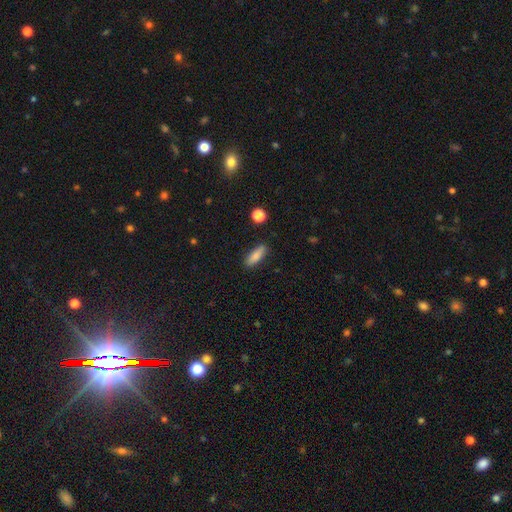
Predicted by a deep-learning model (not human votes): smooth_or_featured: smooth (p=0.85) [alt: featured or disk p=0.08]
how_rounded: in between (p=0.56) [alt: cigar-shaped p=0.42]
merging: none (p=0.87) [alt: minor disturbance p=0.09]